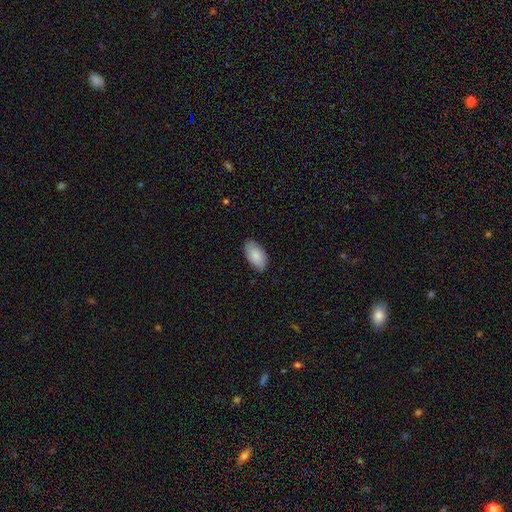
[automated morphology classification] Q: Smooth or featured?
A: smooth (87%); runner-up: featured or disk (8%)
Q: How rounded?
A: in between (95%); runner-up: round (3%)
Q: Merging?
A: none (83%); runner-up: minor disturbance (13%)